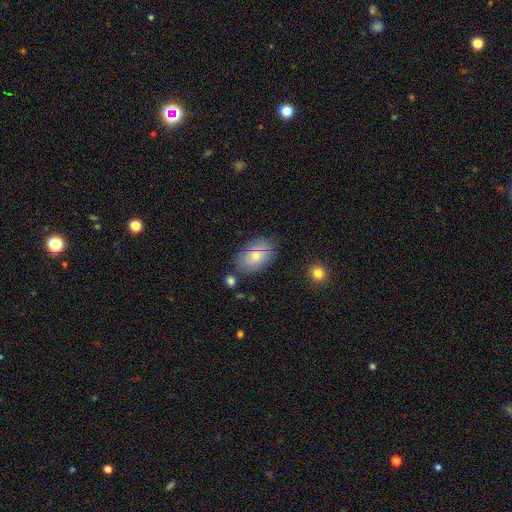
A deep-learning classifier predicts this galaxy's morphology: This is possibly a smooth galaxy (59%). How rounded: clearly in between (86%). Merging: likely none (78%).